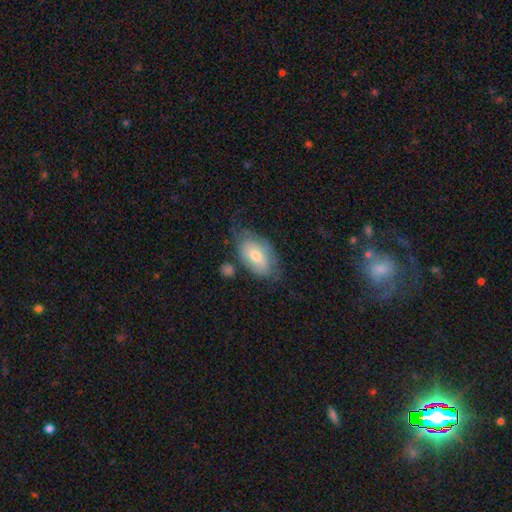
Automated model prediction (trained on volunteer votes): A smooth galaxy with no disk features (55%) that is in between round and cigar-shaped (92%). Merging: none (53%).